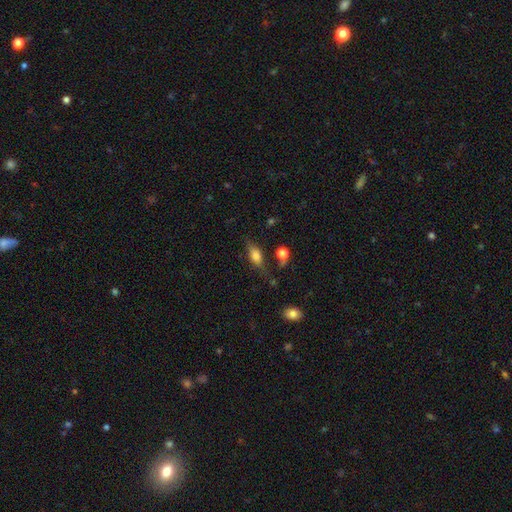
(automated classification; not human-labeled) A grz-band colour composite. It shows a smooth galaxy with no disk features (66%) that is in between round and cigar-shaped (74%). Merging: none (61%).